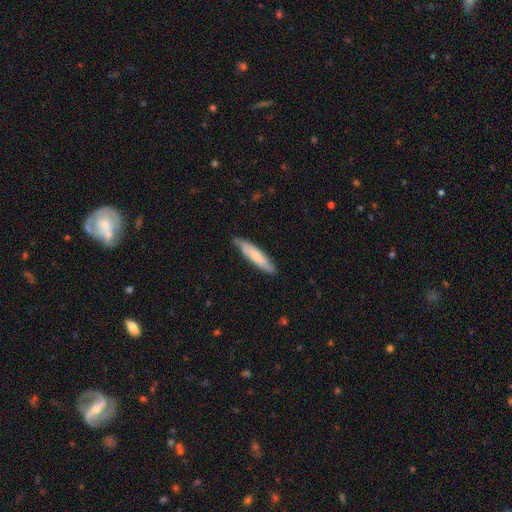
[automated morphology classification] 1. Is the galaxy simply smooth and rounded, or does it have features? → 64% smooth, 31% featured or disk, 5% star or artifact.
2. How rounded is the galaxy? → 81% cigar-shaped, 18% in between, 1% round.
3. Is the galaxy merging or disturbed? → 76% none, 20% minor disturbance, 3% major disturbance, 2% merger.